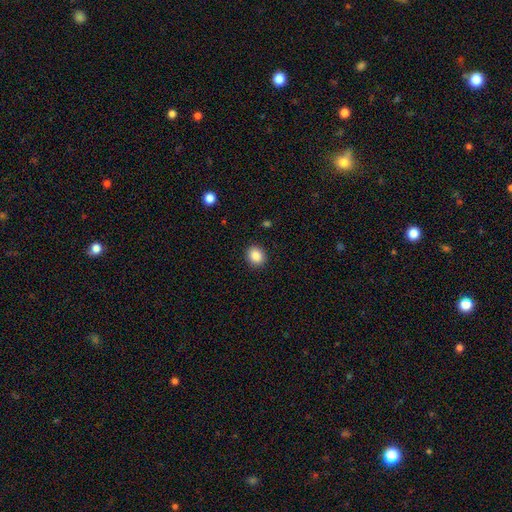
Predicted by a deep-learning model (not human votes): The model was most divided on "how rounded": round: 68%, in between: 31%, cigar-shaped: 1%. More confident: merging — none (91%); smooth or featured — smooth (87%).